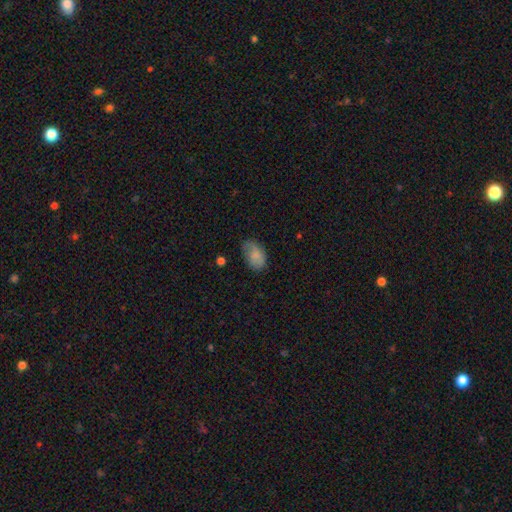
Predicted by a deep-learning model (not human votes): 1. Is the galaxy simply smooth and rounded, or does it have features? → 72% smooth, 19% featured or disk, 8% star or artifact.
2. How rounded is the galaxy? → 89% in between, 9% round, 1% cigar-shaped.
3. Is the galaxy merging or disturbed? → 62% none, 27% minor disturbance, 10% major disturbance, 2% merger.